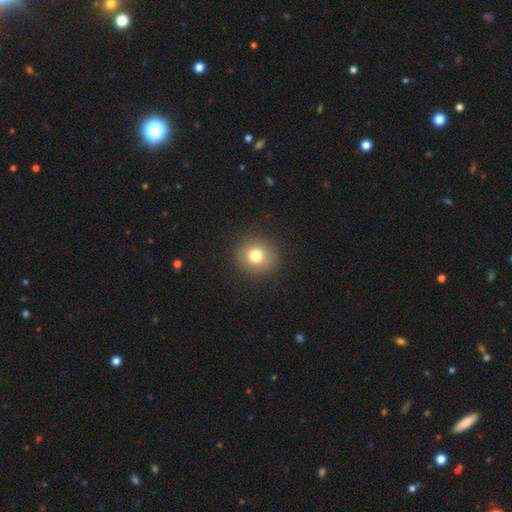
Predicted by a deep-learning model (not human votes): This is likely a smooth galaxy (78%). How rounded: clearly round (89%). Merging: clearly none (91%).